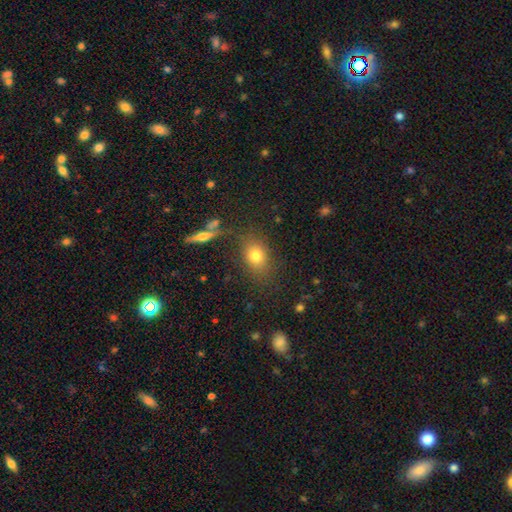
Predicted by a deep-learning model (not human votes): A smooth galaxy with no disk features (76%) that is in between round and cigar-shaped (59%).

Vote fractions:
- Smooth or featured? smooth: 76% / star or artifact: 14% / featured or disk: 11%
- How rounded? in between: 59% / round: 38% / cigar-shaped: 3%
- Merging? none: 77% / minor disturbance: 13% / major disturbance: 5% / merger: 5%